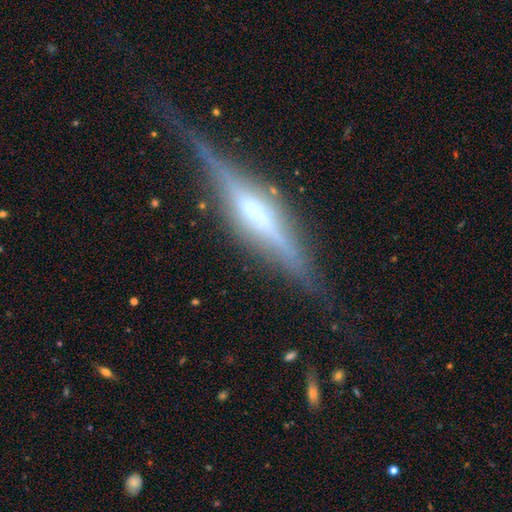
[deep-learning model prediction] Q: Smooth or featured?
A: featured or disk (83%); runner-up: smooth (10%)
Q: Edge-on disk?
A: yes (96%); runner-up: no (4%)
Q: Edge-on bulge?
A: rounded (59%); runner-up: boxy (30%)
Q: Merging?
A: none (76%); runner-up: minor disturbance (16%)